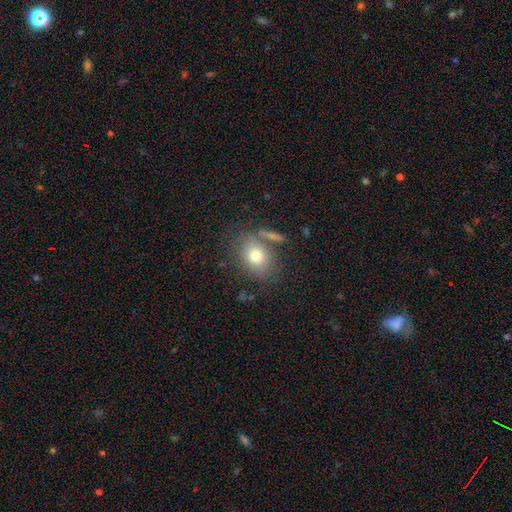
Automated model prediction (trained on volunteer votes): Morphology: type=smooth (73%); roundness=in between (54%); merging=none (67%).